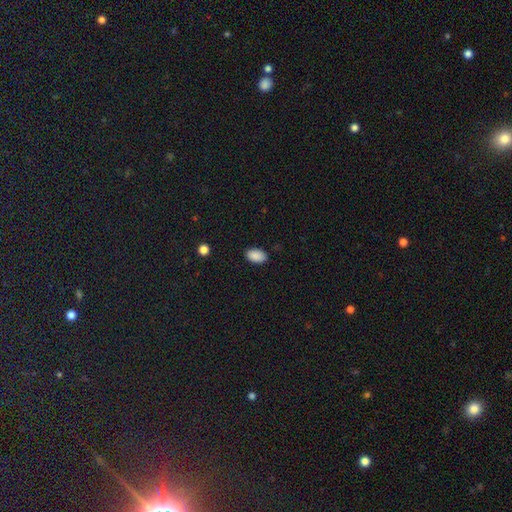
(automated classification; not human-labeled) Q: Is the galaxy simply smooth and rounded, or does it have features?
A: smooth — 90%.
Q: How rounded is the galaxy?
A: in between — 93%.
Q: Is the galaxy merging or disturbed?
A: none — 86%.